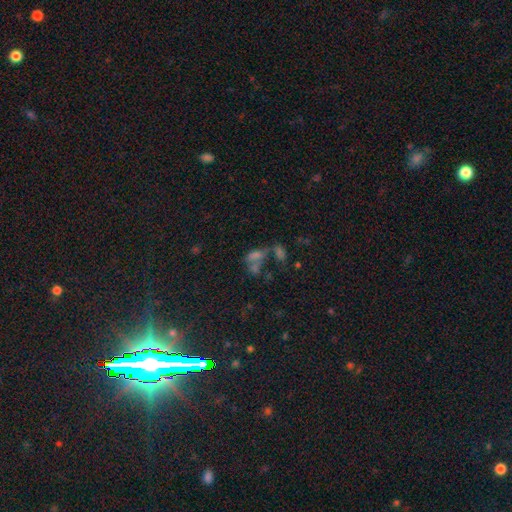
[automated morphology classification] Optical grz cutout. It shows a smooth galaxy with no disk features (50%) that is in between round and cigar-shaped (78%). Merging: merger (49%).